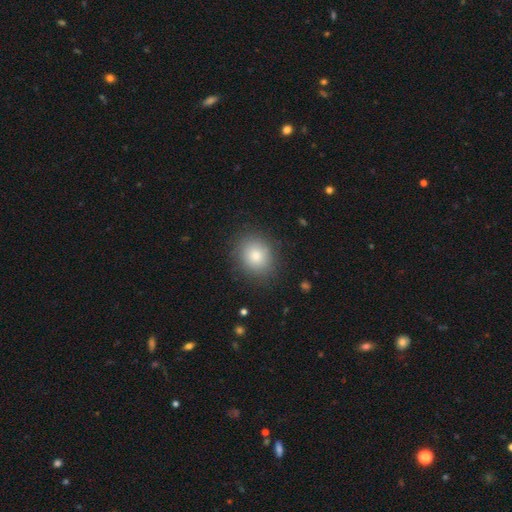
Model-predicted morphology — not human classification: A smooth galaxy with no disk features (83%) that is round (68%). Merging: none (85%).